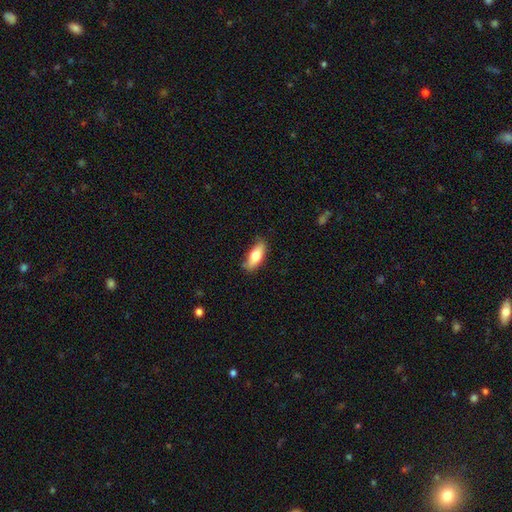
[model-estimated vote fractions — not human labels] smooth-or-featured: smooth: 74% | featured or disk: 20% | star or artifact: 6%
  how-rounded: in between: 70% | cigar-shaped: 27% | round: 3%
  merging: none: 77% | minor disturbance: 18% | major disturbance: 3% | merger: 2%